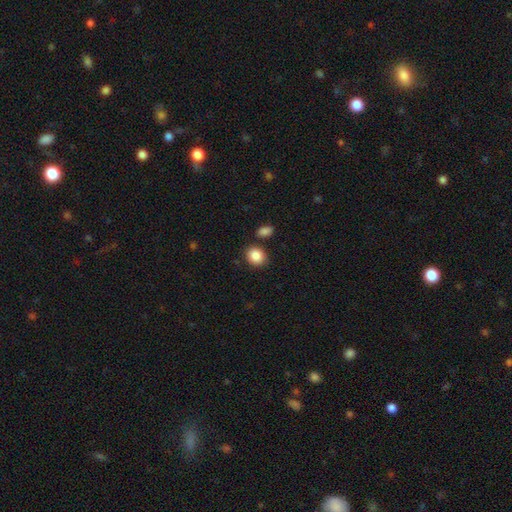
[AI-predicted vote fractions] Q: Smooth or featured?
A: smooth (88%); runner-up: star or artifact (8%)
Q: How rounded?
A: round (58%); runner-up: in between (41%)
Q: Merging?
A: none (80%); runner-up: minor disturbance (10%)